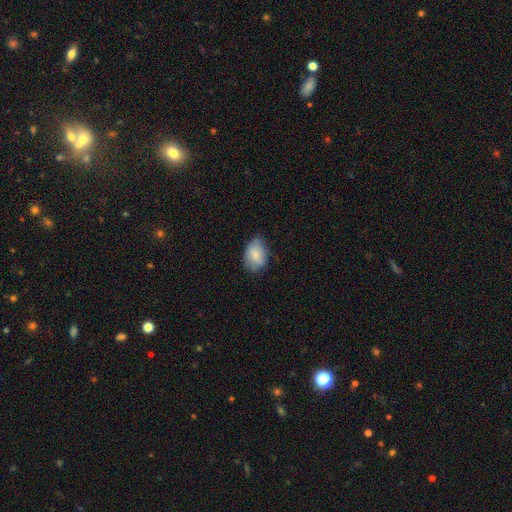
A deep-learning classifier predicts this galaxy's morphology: Smooth or featured? Predicted: smooth (p=0.77). How rounded? Predicted: in between (p=0.81). Merging? Predicted: none (p=0.60).